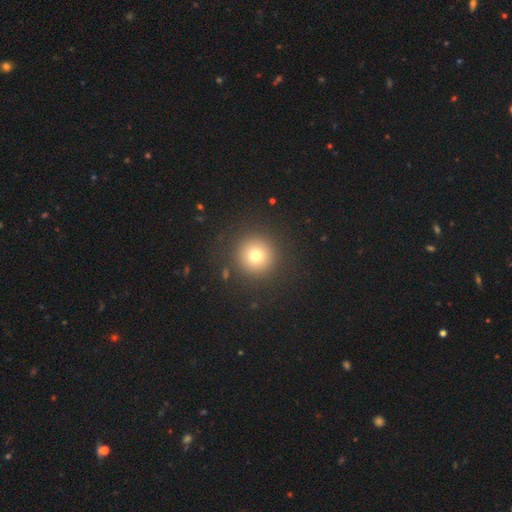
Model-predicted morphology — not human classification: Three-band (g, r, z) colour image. It shows a smooth galaxy with no disk features (74%) that is round (96%). Merging: none (90%).